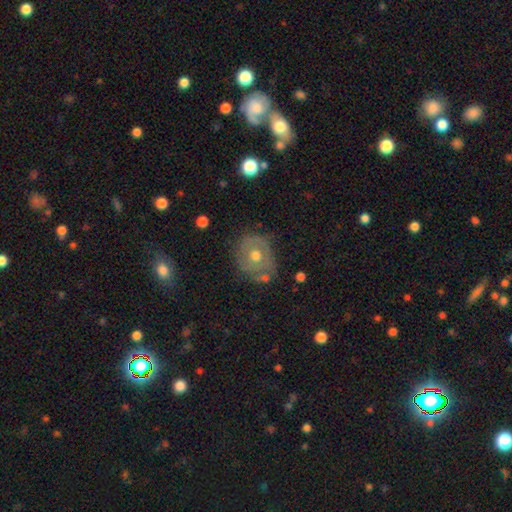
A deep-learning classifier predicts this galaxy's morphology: The model was most divided on "smooth or featured": featured or disk: 49%, smooth: 41%, star or artifact: 10%. More confident: merging — none (68%).